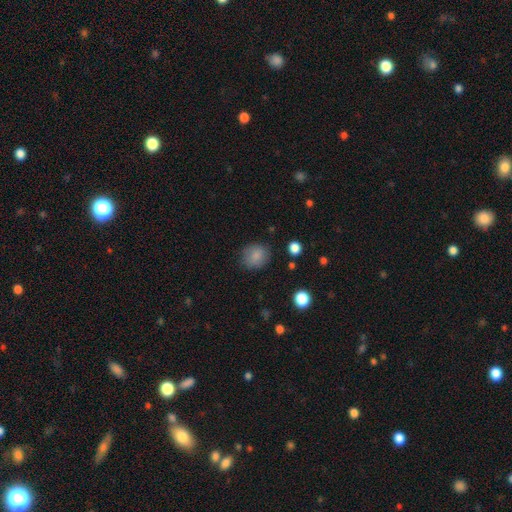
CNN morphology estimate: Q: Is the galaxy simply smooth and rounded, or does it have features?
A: smooth — 84%.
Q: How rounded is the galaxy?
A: round — 77%.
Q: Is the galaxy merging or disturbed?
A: none — 82%.